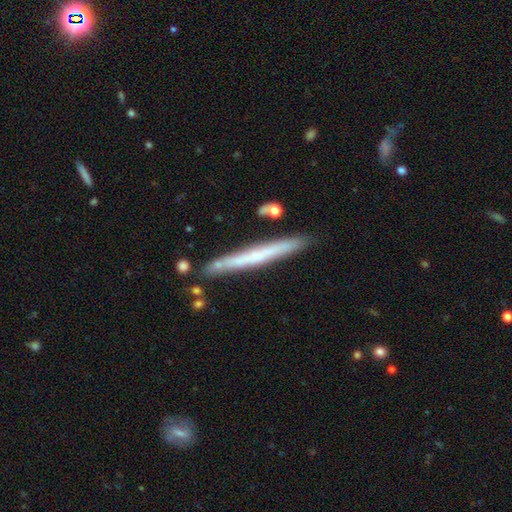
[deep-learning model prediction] Smooth or featured? featured or disk (48%)
Merging? none (84%)